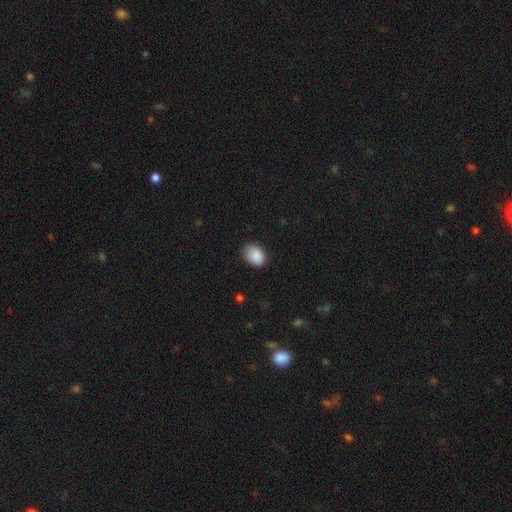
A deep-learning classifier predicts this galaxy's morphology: smooth-or-featured: smooth: 89% | star or artifact: 7% | featured or disk: 4%
  how-rounded: in between: 79% | round: 20% | cigar-shaped: 1%
  merging: none: 77% | minor disturbance: 19% | major disturbance: 3% | merger: 1%